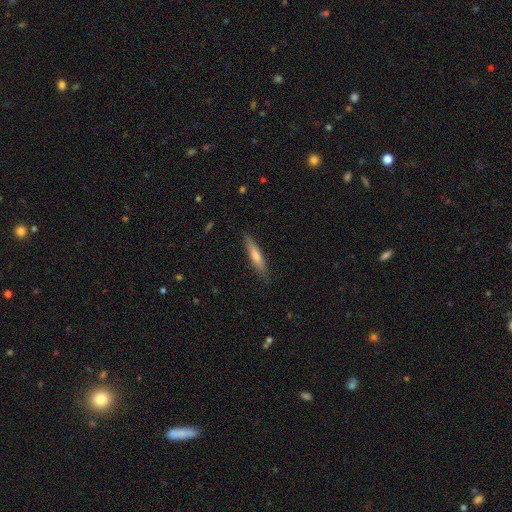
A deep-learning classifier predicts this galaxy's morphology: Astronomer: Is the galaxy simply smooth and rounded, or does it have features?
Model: smooth — 59% (runner-up: featured or disk, 35%).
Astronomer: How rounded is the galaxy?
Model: cigar-shaped — 89%.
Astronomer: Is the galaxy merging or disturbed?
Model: none — 87%.